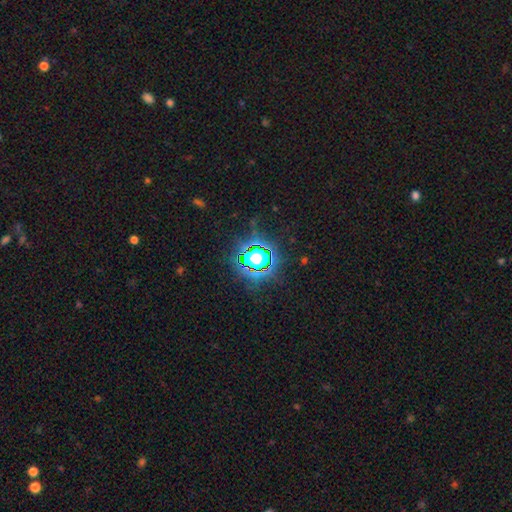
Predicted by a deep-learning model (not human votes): A star or artifact, not a galaxy (79%).

Vote fractions:
- Smooth or featured? star or artifact: 79% / smooth: 13% / featured or disk: 8%